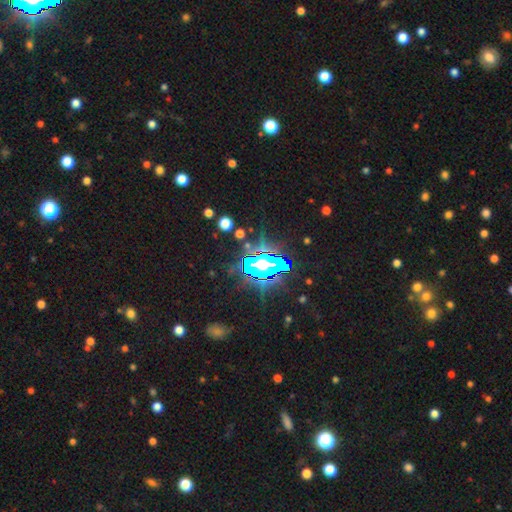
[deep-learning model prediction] Q: Smooth or featured?
A: star or artifact (81%); runner-up: smooth (10%)